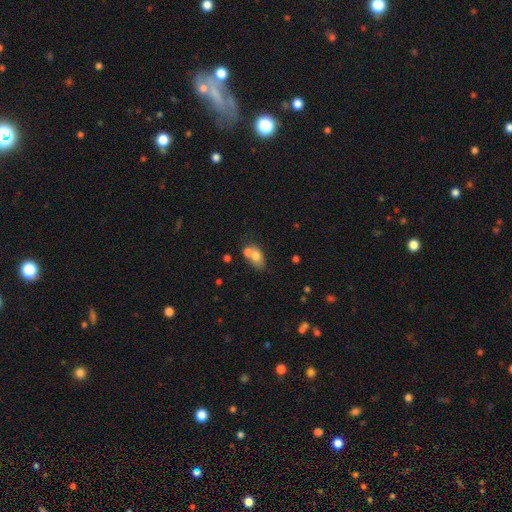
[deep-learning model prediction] Smooth or featured?
  - smooth: 70% *
  - featured or disk: 20%
  - star or artifact: 10%
How rounded?
  - in between: 73% *
  - round: 25%
  - cigar-shaped: 2%
Merging?
  - merger: 51% *
  - none: 31%
  - minor disturbance: 12%
  - major disturbance: 5%